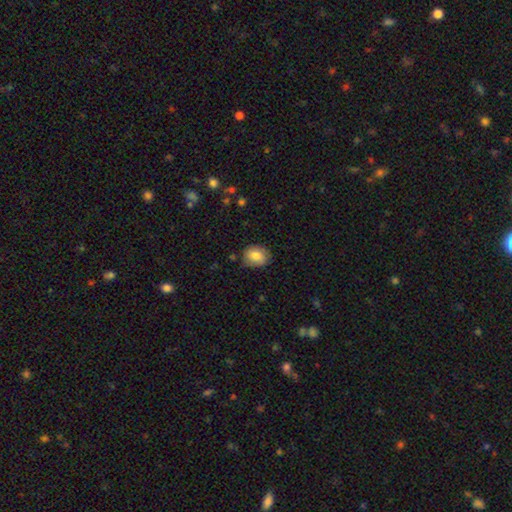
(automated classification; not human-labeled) Smooth or featured? Predicted: smooth (p=0.73). How rounded? Predicted: in between (p=0.51). Merging? Predicted: none (p=0.69).